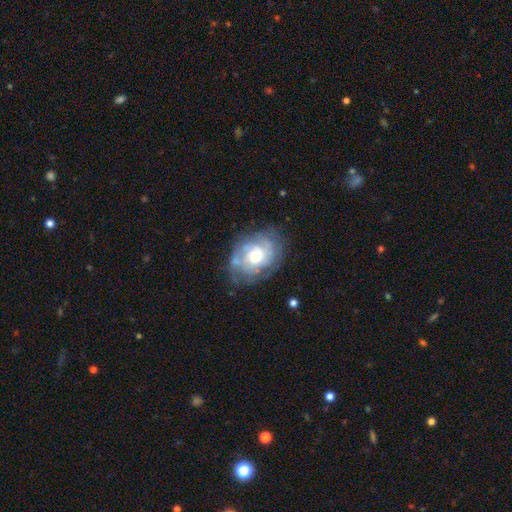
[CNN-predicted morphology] Overall: featured or disk (63%; smooth 29%). Edge-on disk: no (97%). Bar: no (79%). Spiral arms: yes (71%). Bulge size: moderate (47%; large 31%). Merging: none (64%).